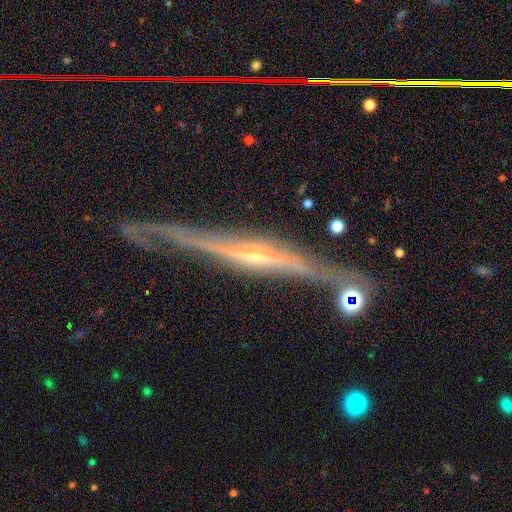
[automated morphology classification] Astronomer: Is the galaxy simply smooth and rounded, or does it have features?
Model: featured or disk — 85%.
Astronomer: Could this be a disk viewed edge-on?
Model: yes — 94%.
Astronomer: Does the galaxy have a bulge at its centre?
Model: rounded — 56%.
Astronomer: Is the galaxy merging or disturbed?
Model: none — 72%.